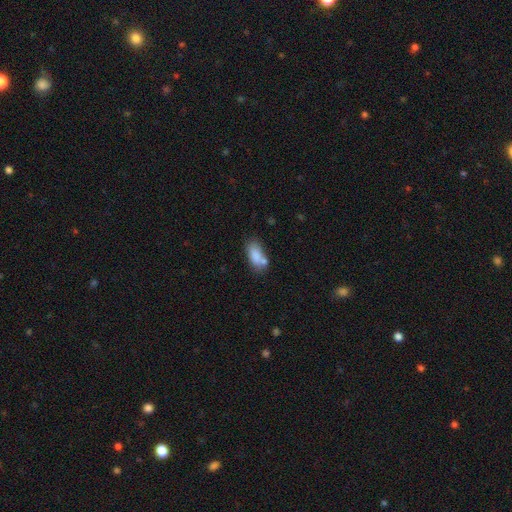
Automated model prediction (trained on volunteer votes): smooth 81%, featured or disk 11%, star or artifact 8%. Down the decision tree: how rounded — in between (88%); merging — none (52%).